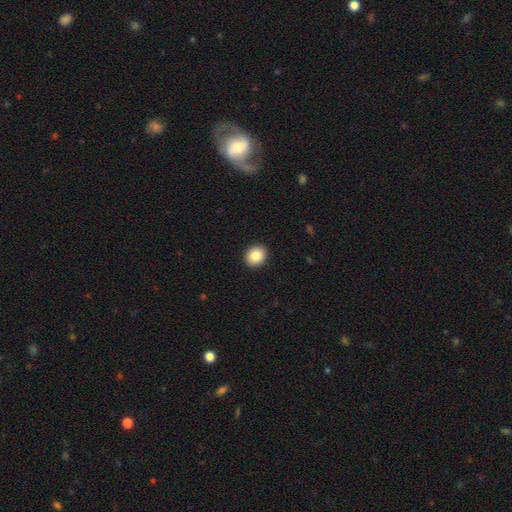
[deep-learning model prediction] The model was most divided on "how rounded": round: 70%, in between: 29%, cigar-shaped: 1%. More confident: merging — none (92%); smooth or featured — smooth (85%).